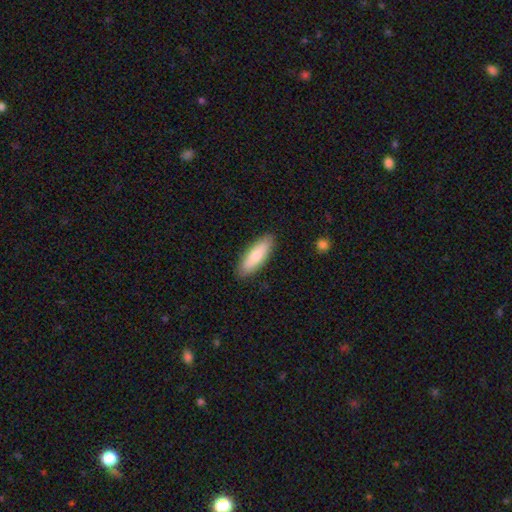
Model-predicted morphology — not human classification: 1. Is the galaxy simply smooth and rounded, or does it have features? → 76% smooth, 18% featured or disk, 5% star or artifact.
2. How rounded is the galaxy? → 56% in between, 42% cigar-shaped, 2% round.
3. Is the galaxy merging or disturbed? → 87% none, 10% minor disturbance, 2% major disturbance, 1% merger.